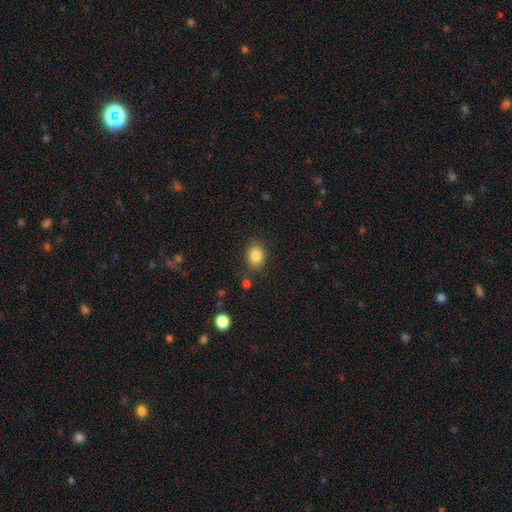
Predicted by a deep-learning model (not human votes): Morphology: type=smooth (84%); roundness=in between (59%); merging=none (80%).